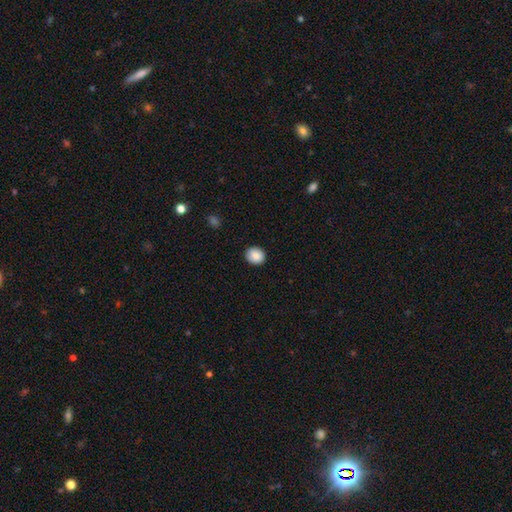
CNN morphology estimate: Smooth or featured: smooth — 88% (star or artifact — 8%)
How rounded: round — 71% (in between — 28%)
Merging: none — 88% (minor disturbance — 9%)